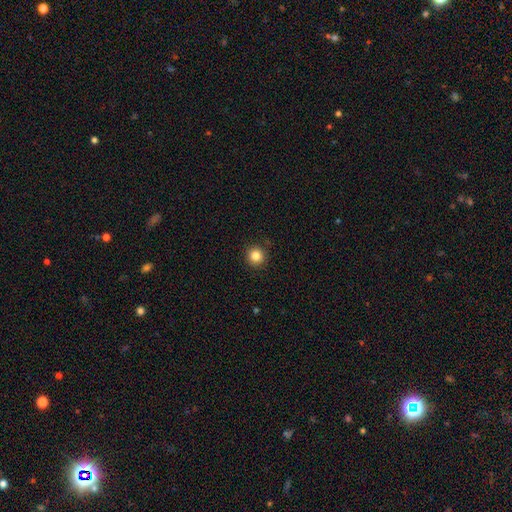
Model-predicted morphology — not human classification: smooth 84%, star or artifact 11%, featured or disk 5%. Down the decision tree: how rounded — round (94%); merging — none (91%).